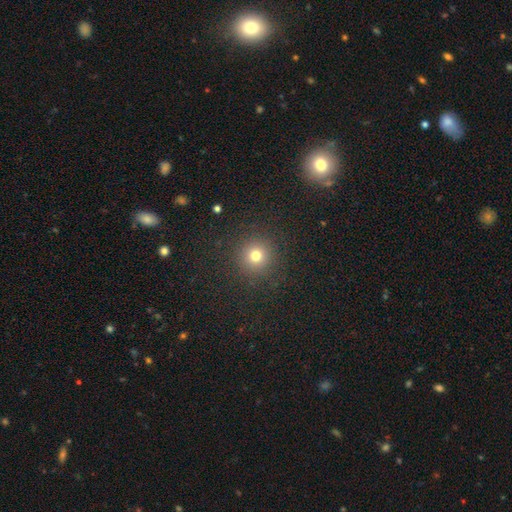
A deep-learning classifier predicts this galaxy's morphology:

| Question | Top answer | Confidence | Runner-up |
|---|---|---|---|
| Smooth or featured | smooth | 75% | star or artifact (18%) |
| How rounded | round | 95% | in between (4%) |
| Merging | none | 90% | minor disturbance (6%) |